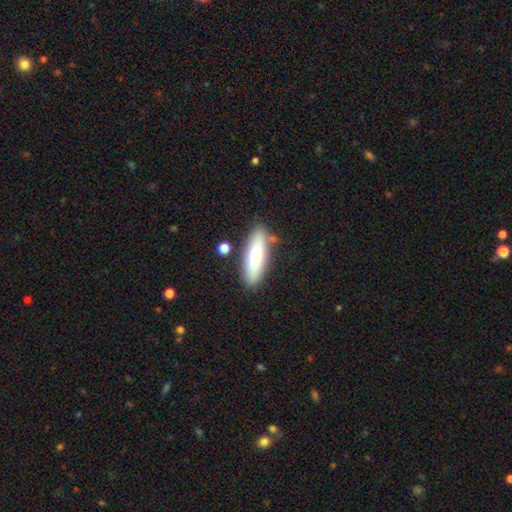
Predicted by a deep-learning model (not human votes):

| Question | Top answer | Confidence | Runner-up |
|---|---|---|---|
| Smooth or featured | smooth | 74% | featured or disk (19%) |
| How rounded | cigar-shaped | 55% | in between (43%) |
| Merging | none | 79% | minor disturbance (13%) |